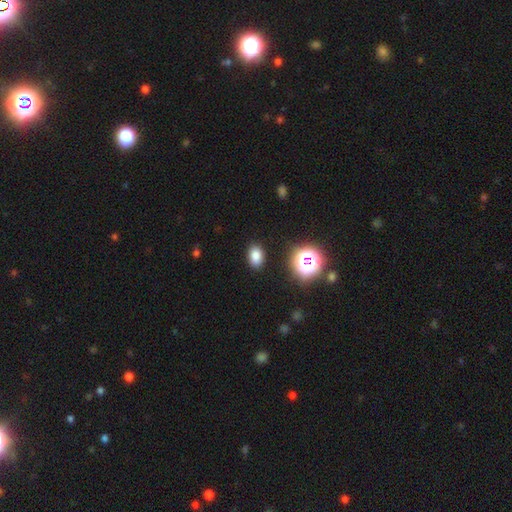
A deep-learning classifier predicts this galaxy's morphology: Smooth or featured? Predicted: smooth (p=0.79). How rounded? Predicted: in between (p=0.79). Merging? Predicted: none (p=0.88).